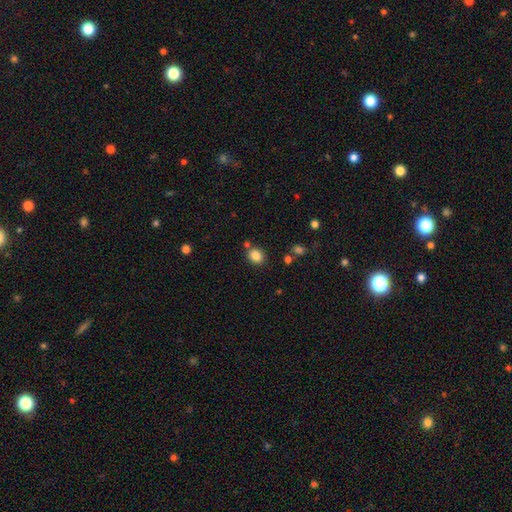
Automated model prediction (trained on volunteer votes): Overall: smooth (84%). How rounded: round (62%; in between 37%). Merging: none (78%).